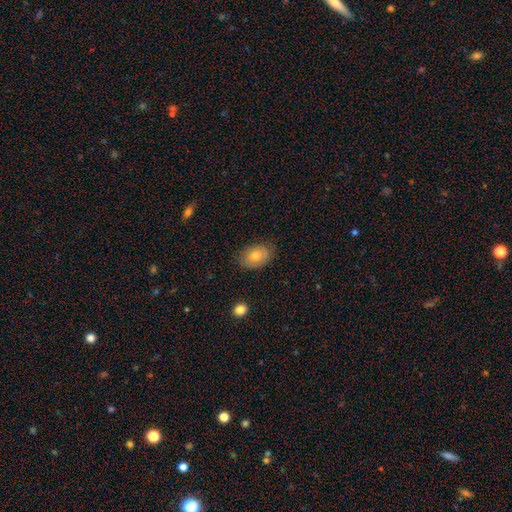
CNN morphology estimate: smooth-or-featured: smooth: 74% | featured or disk: 17% | star or artifact: 9%
  how-rounded: in between: 83% | round: 16% | cigar-shaped: 1%
  merging: none: 82% | minor disturbance: 14% | major disturbance: 3% | merger: 1%